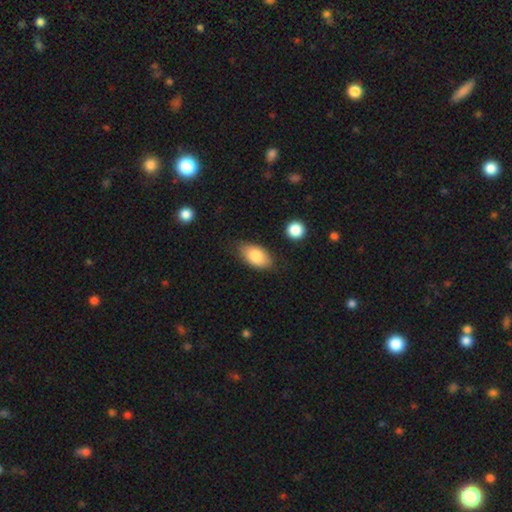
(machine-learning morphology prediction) This appears to be a smooth galaxy with no disk features (82%) that is in between round and cigar-shaped (92%). Merging: none (77%).